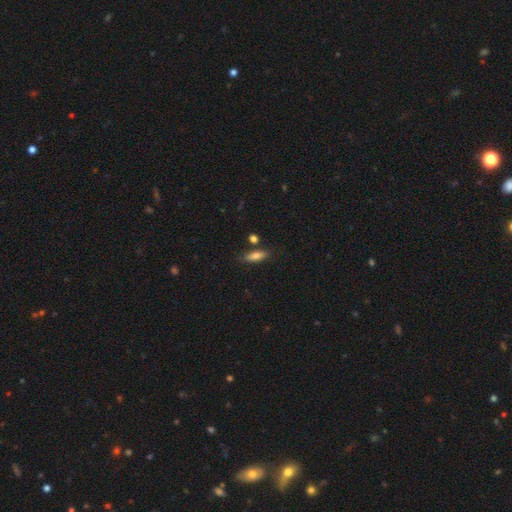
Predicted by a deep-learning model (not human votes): A smooth galaxy with no disk features (79%) that is in between round and cigar-shaped (56%).

Vote fractions:
- Smooth or featured? smooth: 79% / featured or disk: 14% / star or artifact: 8%
- How rounded? in between: 56% / cigar-shaped: 41% / round: 3%
- Merging? none: 78% / minor disturbance: 14% / merger: 5% / major disturbance: 3%